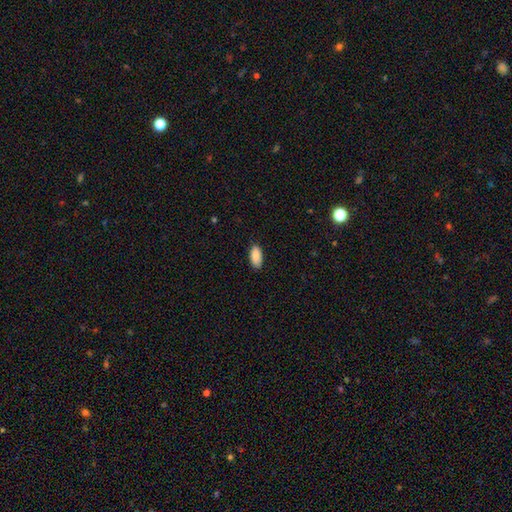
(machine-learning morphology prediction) Q: Smooth or featured?
A: smooth (90%); runner-up: star or artifact (6%)
Q: How rounded?
A: in between (90%); runner-up: cigar-shaped (8%)
Q: Merging?
A: none (87%); runner-up: minor disturbance (10%)